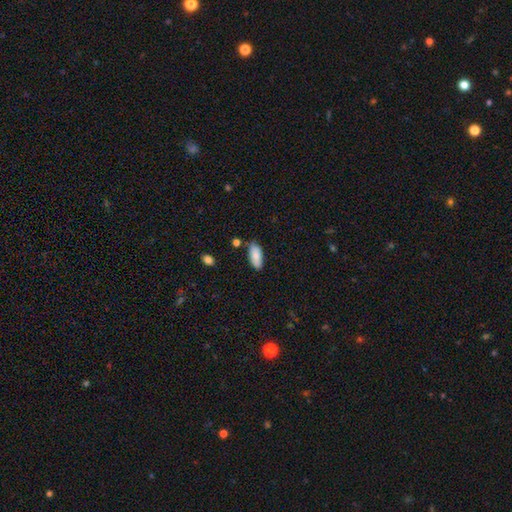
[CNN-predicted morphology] smooth 85%, featured or disk 9%, star or artifact 6%. Down the decision tree: how rounded — in between (83%); merging — none (77%).